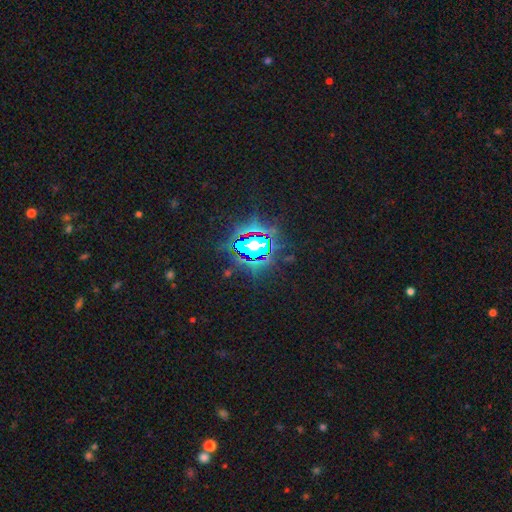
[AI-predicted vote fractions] smooth-or-featured: star or artifact: 83% | smooth: 10% | featured or disk: 7%